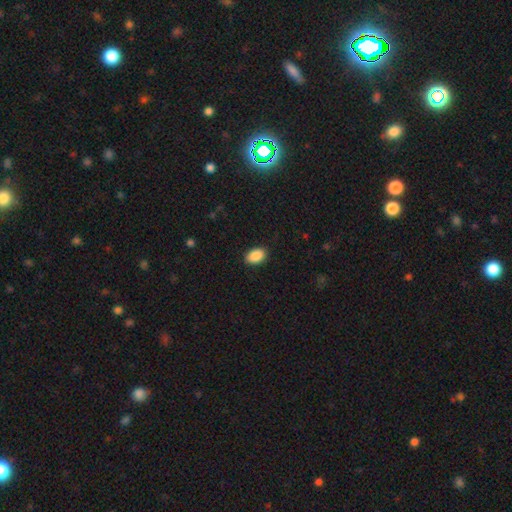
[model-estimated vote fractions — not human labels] Smooth or featured? smooth (90%)
How rounded? in between (88%)
Merging? none (89%)